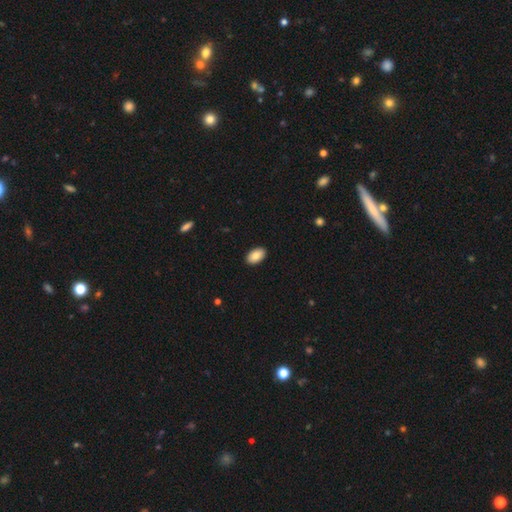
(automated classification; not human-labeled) Smooth or featured: smooth — 86% (featured or disk — 7%)
How rounded: in between — 94% (round — 4%)
Merging: none — 91% (minor disturbance — 7%)